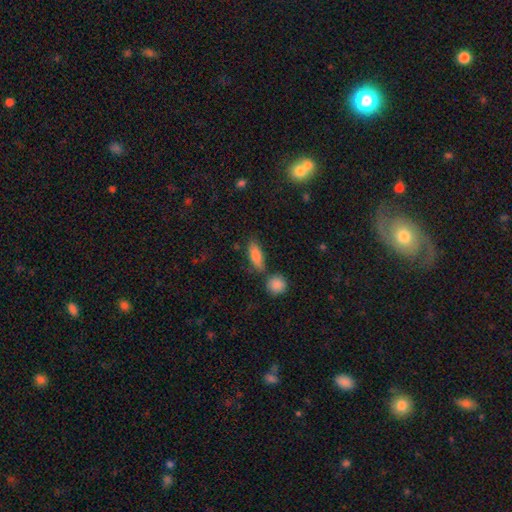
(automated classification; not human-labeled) Morphology: type=smooth (80%); roundness=in between (64%); merging=none (71%).